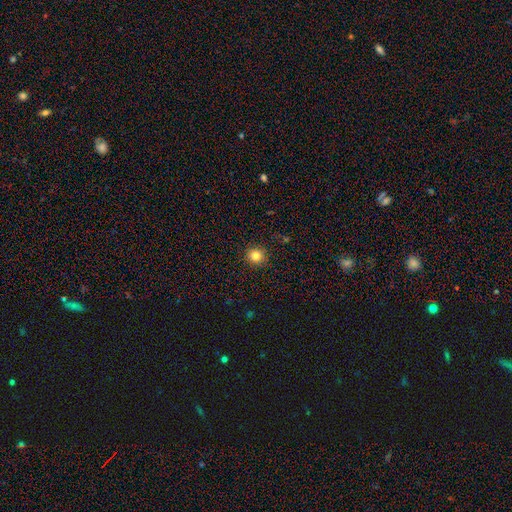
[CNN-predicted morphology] Smooth or featured? Predicted: smooth (p=0.82). How rounded? Predicted: round (p=0.93). Merging? Predicted: none (p=0.91).